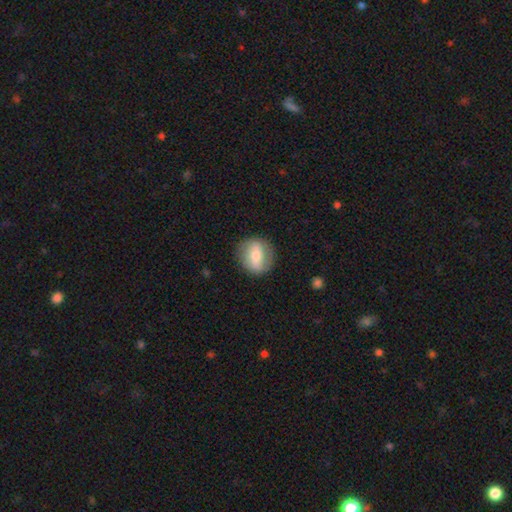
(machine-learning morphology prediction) The model was most divided on "smooth or featured": smooth: 48%, featured or disk: 45%, star or artifact: 7%. More confident: merging — none (85%).